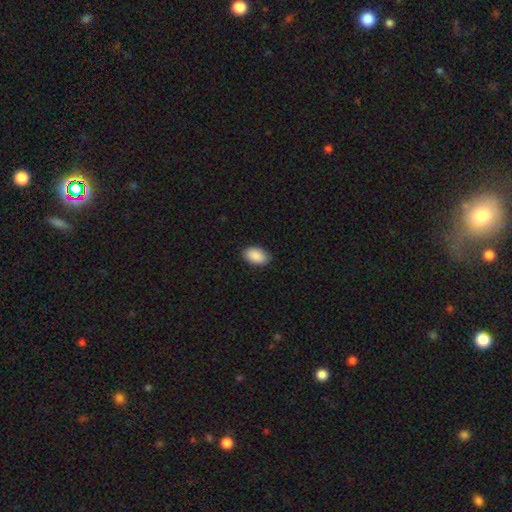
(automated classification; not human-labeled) smooth 91%, star or artifact 6%, featured or disk 3%. Down the decision tree: how rounded — in between (93%); merging — none (87%).